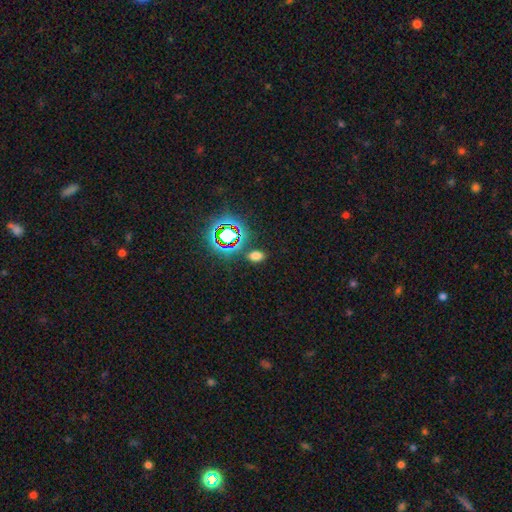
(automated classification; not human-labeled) A smooth galaxy with no disk features (65%) that is in between round and cigar-shaped (85%). Merging: none (84%).